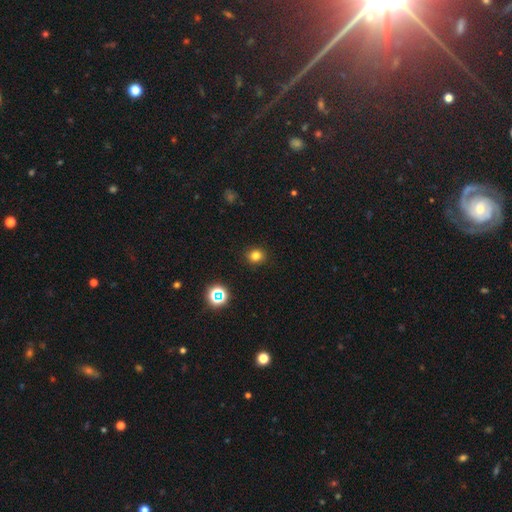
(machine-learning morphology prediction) smooth-or-featured: smooth: 78% | star or artifact: 17% | featured or disk: 6%
  how-rounded: round: 82% | in between: 17% | cigar-shaped: 1%
  merging: none: 91% | minor disturbance: 6% | major disturbance: 2% | merger: 1%